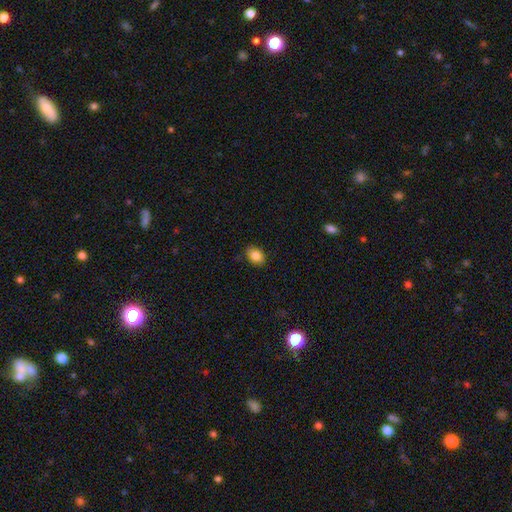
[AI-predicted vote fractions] smooth 86%, star or artifact 8%, featured or disk 5%. Down the decision tree: how rounded — in between (75%); merging — none (85%).